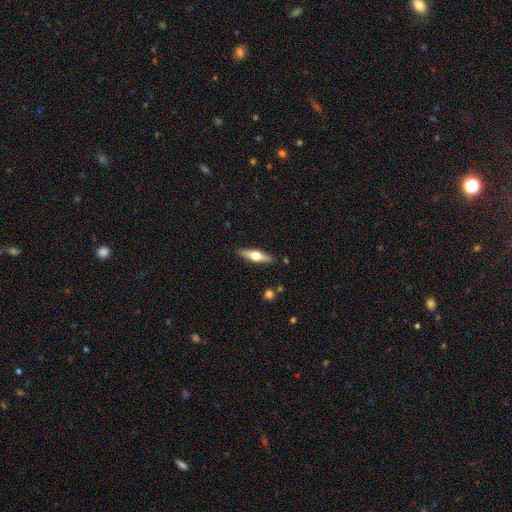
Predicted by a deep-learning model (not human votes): Smooth or featured?
  - featured or disk: 53% *
  - smooth: 41%
  - star or artifact: 6%
Edge-on disk?
  - yes: 93% *
  - no: 7%
Merging?
  - none: 88% *
  - minor disturbance: 8%
  - major disturbance: 2%
  - merger: 2%